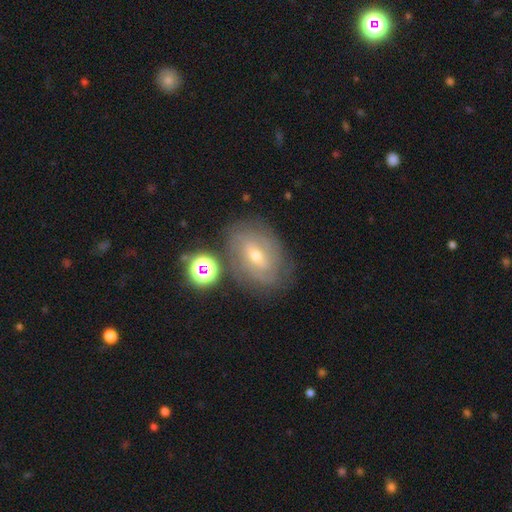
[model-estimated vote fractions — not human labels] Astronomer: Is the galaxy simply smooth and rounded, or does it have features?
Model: featured or disk — 72%.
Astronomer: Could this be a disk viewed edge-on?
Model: no — 94%.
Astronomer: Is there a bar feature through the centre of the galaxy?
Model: weak — 50% (runner-up: no, 30%).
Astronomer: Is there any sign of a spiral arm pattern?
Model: yes — 82%.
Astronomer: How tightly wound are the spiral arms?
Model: tight — 64%.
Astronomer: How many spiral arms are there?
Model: can't tell — 47% (runner-up: 2, 28%).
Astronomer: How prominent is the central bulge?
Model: small — 50% (runner-up: moderate, 47%).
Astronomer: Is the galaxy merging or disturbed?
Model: none — 74%.